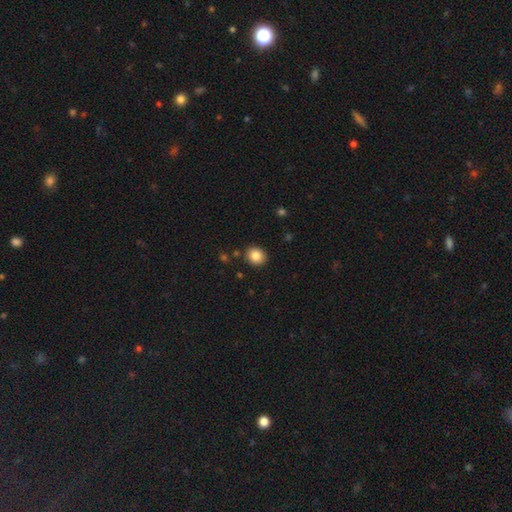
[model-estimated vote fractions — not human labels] smooth 85%, star or artifact 10%, featured or disk 6%. Down the decision tree: how rounded — round (75%); merging — none (89%).